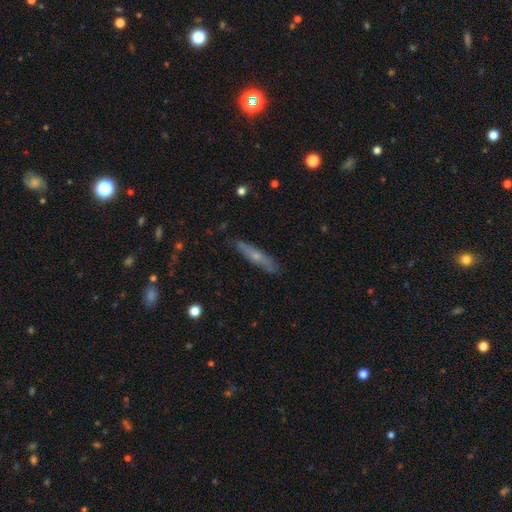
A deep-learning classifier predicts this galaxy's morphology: featured or disk 47%, smooth 46%, star or artifact 7%. Down the decision tree: merging — none (84%).